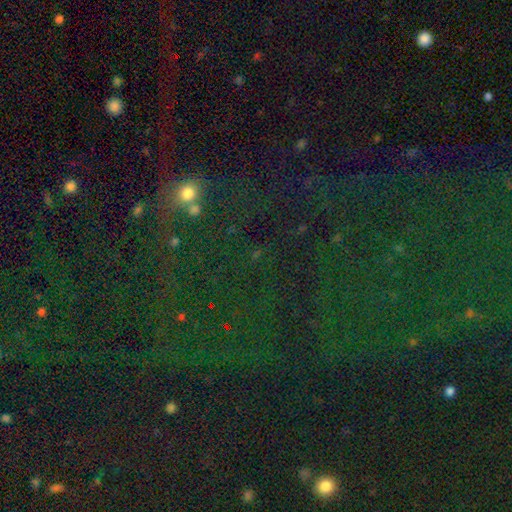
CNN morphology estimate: This appears to be a star or artifact, not a galaxy (67%).